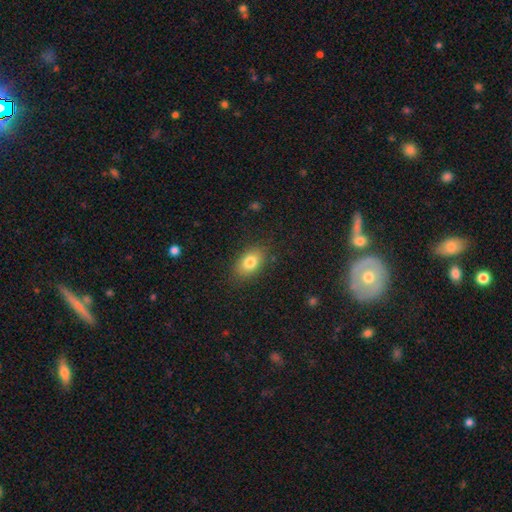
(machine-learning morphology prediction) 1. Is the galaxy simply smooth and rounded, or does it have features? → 61% smooth, 21% star or artifact, 18% featured or disk.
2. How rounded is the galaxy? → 74% in between, 22% round, 4% cigar-shaped.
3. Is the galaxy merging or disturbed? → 86% none, 9% minor disturbance, 3% merger, 2% major disturbance.